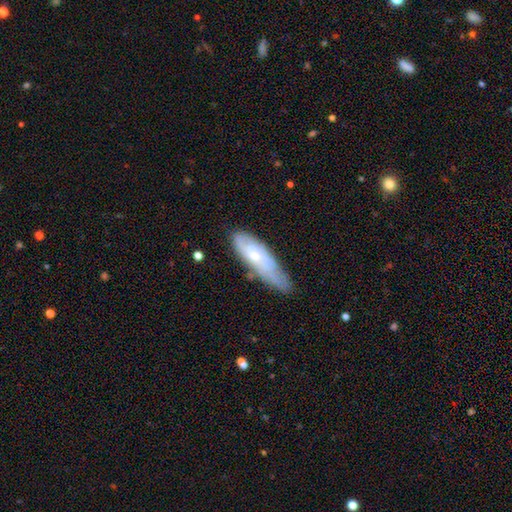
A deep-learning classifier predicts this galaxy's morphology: smooth_or_featured: smooth (p=0.48) [alt: featured or disk p=0.45]
merging: none (p=0.49) [alt: minor disturbance p=0.35]